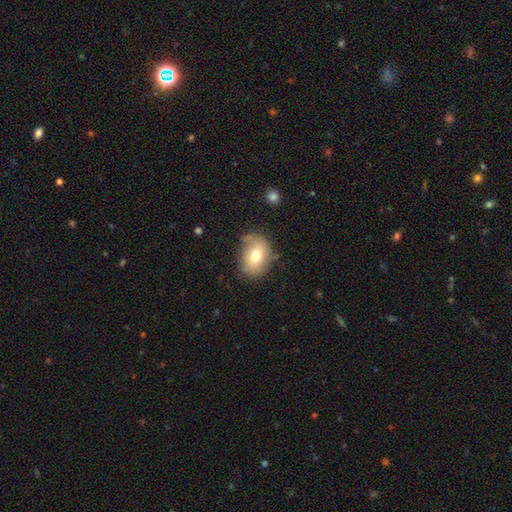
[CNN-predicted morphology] smooth-or-featured: smooth: 72% | featured or disk: 19% | star or artifact: 9%
  how-rounded: in between: 69% | round: 30% | cigar-shaped: 1%
  merging: none: 70% | minor disturbance: 22% | major disturbance: 6% | merger: 3%